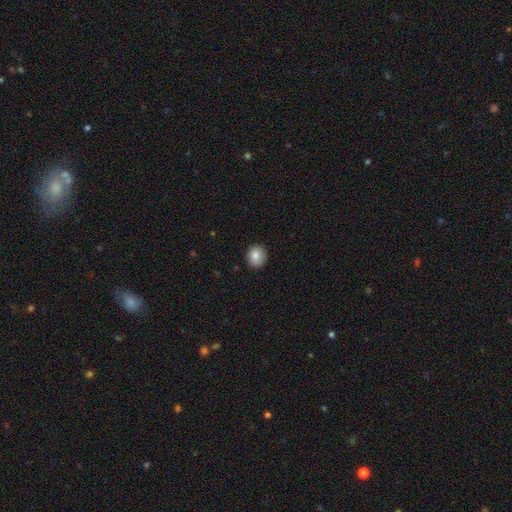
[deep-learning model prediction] Smooth or featured: smooth — 86% (star or artifact — 8%)
How rounded: round — 85% (in between — 14%)
Merging: none — 90% (minor disturbance — 7%)